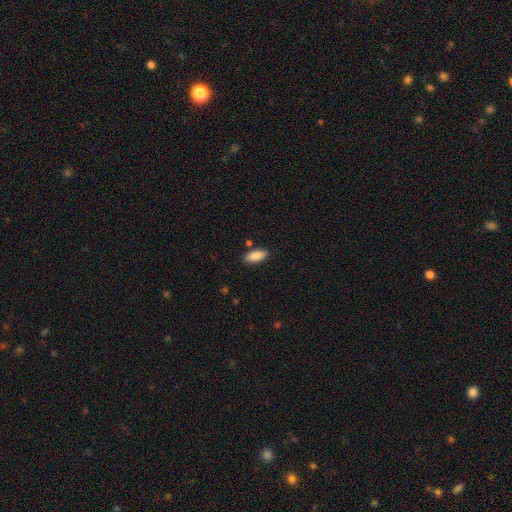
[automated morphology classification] Smooth or featured: smooth — 88% (star or artifact — 6%)
How rounded: in between — 83% (cigar-shaped — 15%)
Merging: none — 85% (minor disturbance — 10%)